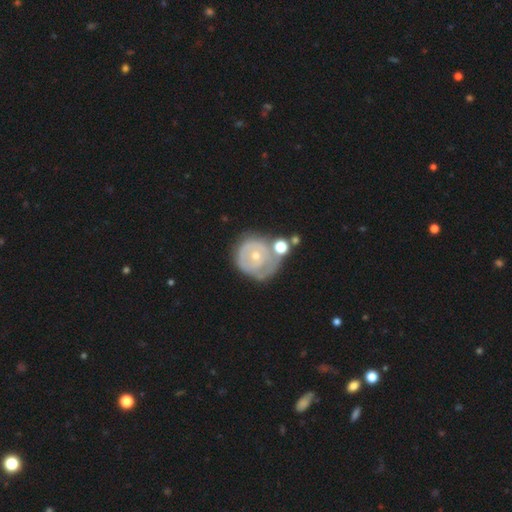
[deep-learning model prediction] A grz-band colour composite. It shows a featured or disk galaxy (63%) with no bar (84%), no spiral arms (55%) and a small central bulge (55%). Merging: none (48%).